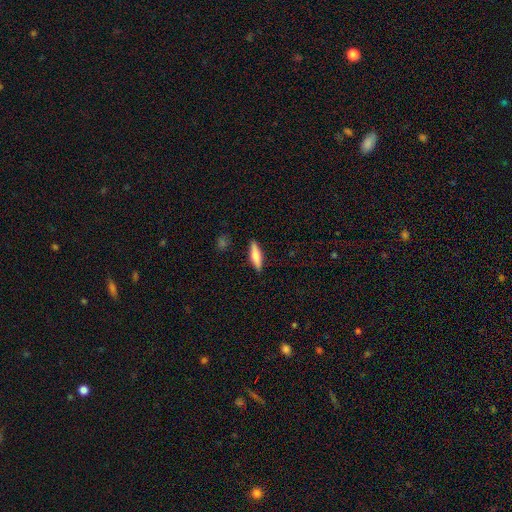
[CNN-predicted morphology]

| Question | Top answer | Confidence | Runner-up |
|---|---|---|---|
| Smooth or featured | smooth | 69% | featured or disk (25%) |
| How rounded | cigar-shaped | 70% | in between (28%) |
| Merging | none | 88% | minor disturbance (9%) |